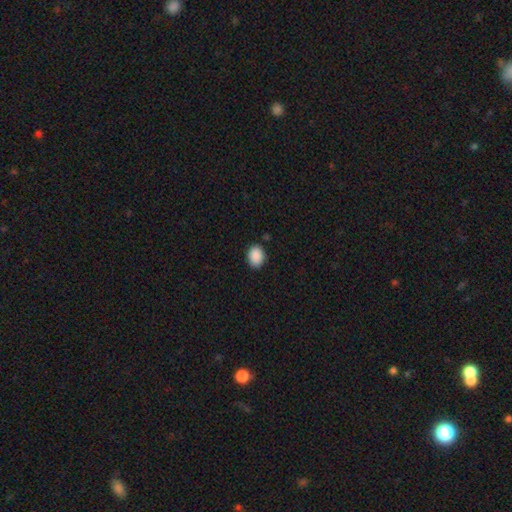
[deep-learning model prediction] This is clearly a smooth galaxy (90%). How rounded: likely in between (67%). Merging: clearly none (86%).